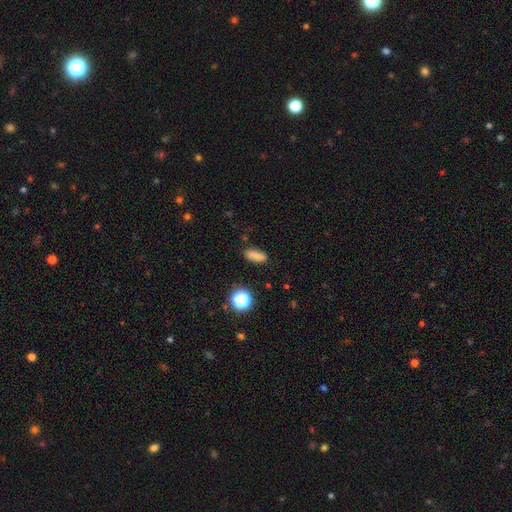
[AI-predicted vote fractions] This appears to be a smooth galaxy with no disk features (80%) that is in between round and cigar-shaped (74%). Merging: none (84%).